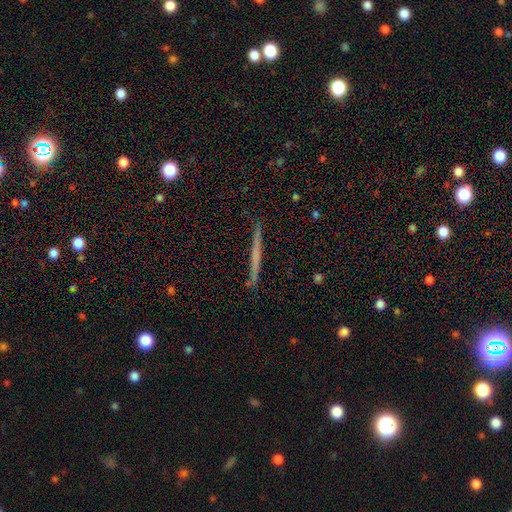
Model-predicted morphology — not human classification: Smooth or featured?
  - featured or disk: 49% *
  - smooth: 44%
  - star or artifact: 6%
Merging?
  - none: 91% *
  - minor disturbance: 6%
  - major disturbance: 1%
  - merger: 1%